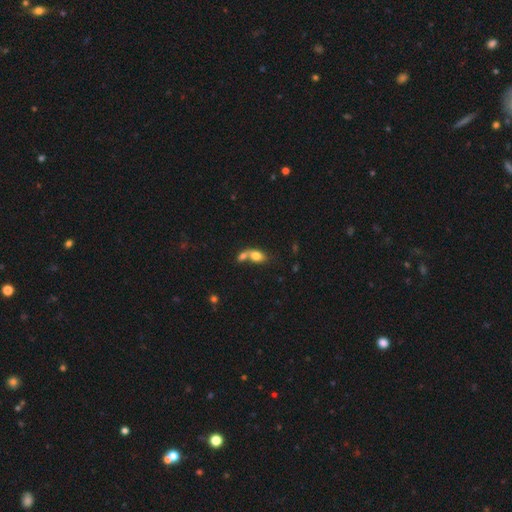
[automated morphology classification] Overall: smooth (76%). How rounded: in between (78%). Merging: merger (65%).